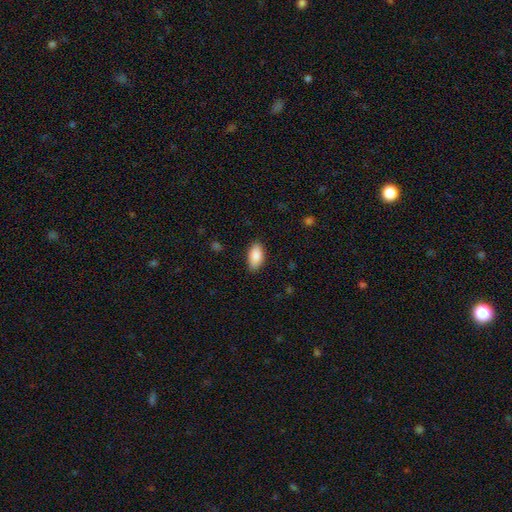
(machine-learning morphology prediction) smooth-or-featured: smooth: 89% | star or artifact: 6% | featured or disk: 5%
  how-rounded: in between: 93% | cigar-shaped: 4% | round: 3%
  merging: none: 86% | minor disturbance: 11% | major disturbance: 2% | merger: 1%